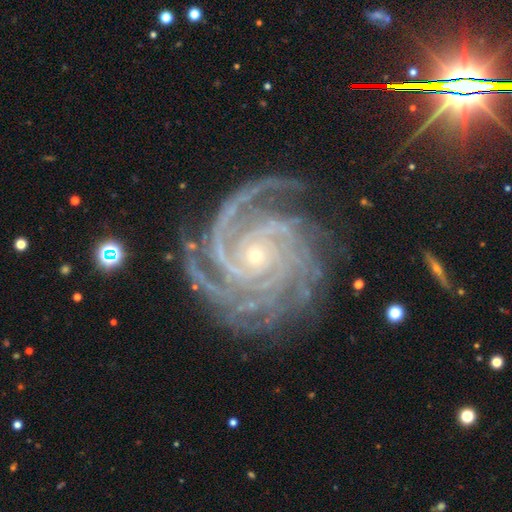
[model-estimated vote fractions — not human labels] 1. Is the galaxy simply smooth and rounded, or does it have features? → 93% featured or disk, 5% star or artifact, 2% smooth.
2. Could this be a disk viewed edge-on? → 98% no, 2% yes.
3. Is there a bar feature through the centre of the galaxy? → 74% no, 16% weak, 10% strong.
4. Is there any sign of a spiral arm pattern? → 99% yes, 1% no.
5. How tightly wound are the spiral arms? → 80% tight, 18% medium, 2% loose.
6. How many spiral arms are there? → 30% 4, 25% more than 4, 17% 3, 11% can't tell, 9% 2, 8% 1.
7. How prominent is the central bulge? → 82% small, 14% moderate, 1% none, 1% large, 1% dominant.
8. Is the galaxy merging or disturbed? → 78% none, 15% minor disturbance, 6% major disturbance, 2% merger.